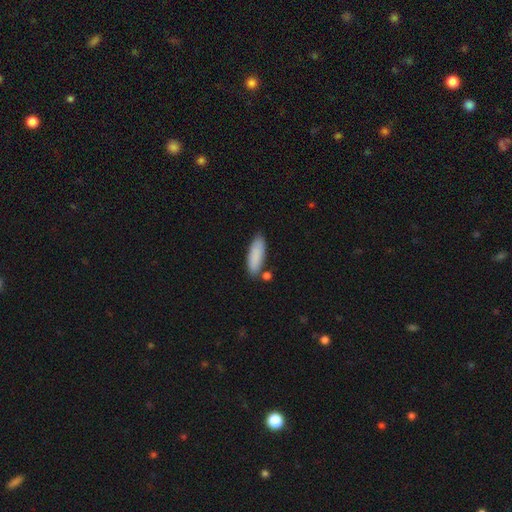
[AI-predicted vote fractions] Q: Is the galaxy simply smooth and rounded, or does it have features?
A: smooth — 87%.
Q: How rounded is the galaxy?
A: in between — 56%.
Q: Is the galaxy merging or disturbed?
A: none — 77%.